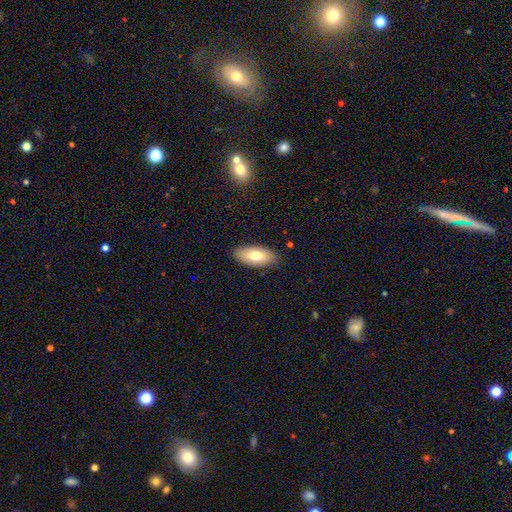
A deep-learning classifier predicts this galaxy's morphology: The model was most divided on "smooth or featured": smooth: 76%, featured or disk: 18%, star or artifact: 7%. More confident: how rounded — in between (90%); merging — none (87%).